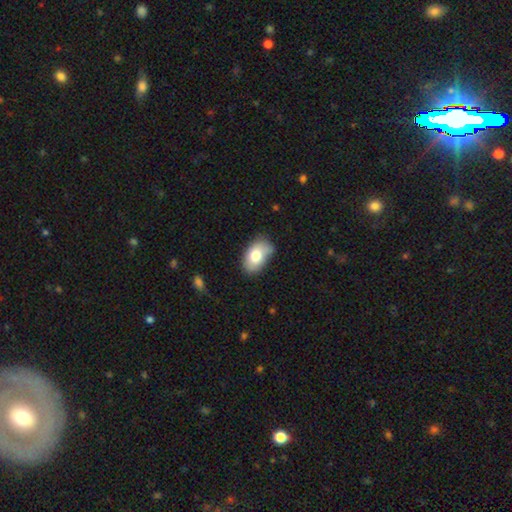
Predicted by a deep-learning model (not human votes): Morphology: type=smooth (78%); roundness=in between (92%); merging=none (69%).